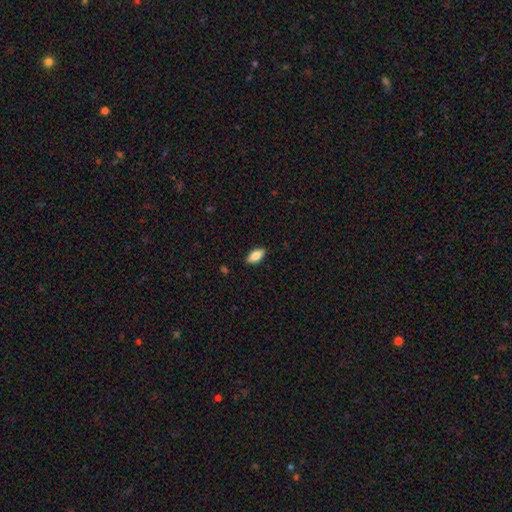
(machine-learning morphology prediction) Overall: smooth (81%). How rounded: in between (87%). Merging: none (87%).